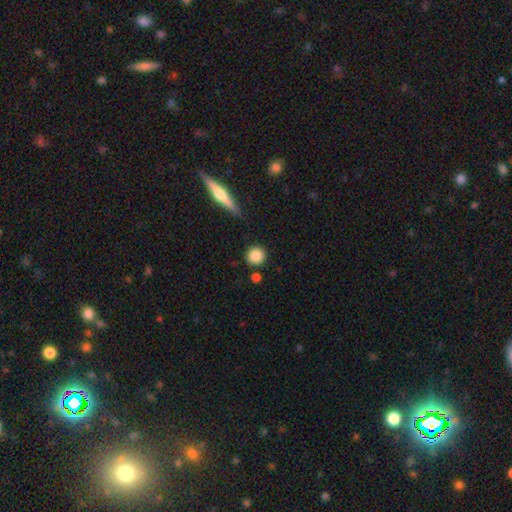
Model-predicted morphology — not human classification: The model was most divided on "merging": none: 85%, minor disturbance: 8%, merger: 4%, major disturbance: 3%. More confident: how rounded — round (92%); smooth or featured — smooth (86%).